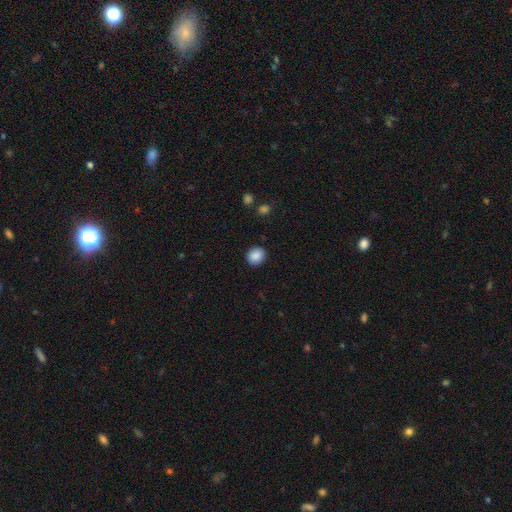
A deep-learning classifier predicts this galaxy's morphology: This appears to be a smooth galaxy with no disk features (88%) that is round (75%). Merging: none (89%).